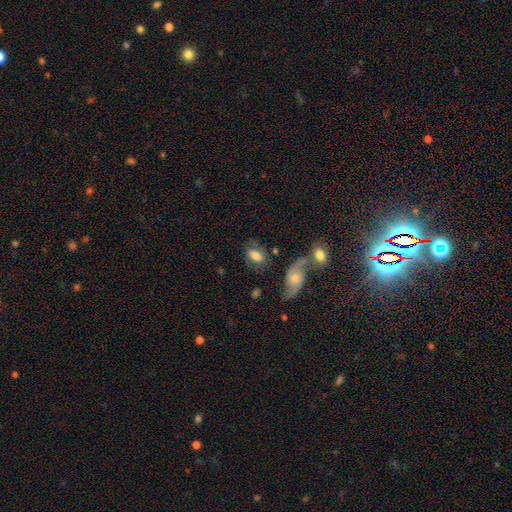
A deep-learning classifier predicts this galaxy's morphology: type=smooth (60%); roundness=in between (85%); merging=none (60%).